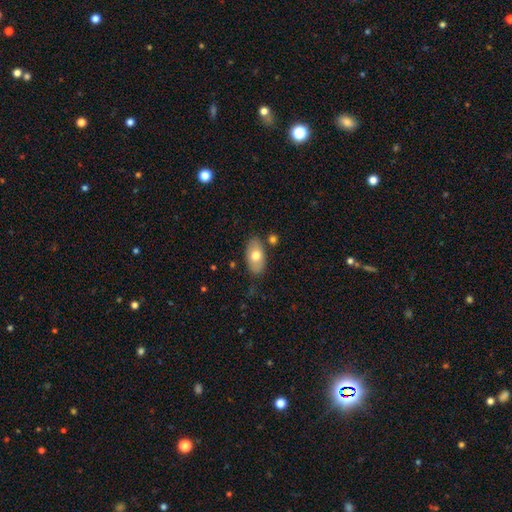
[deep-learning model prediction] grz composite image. It shows a smooth galaxy with no disk features (68%) that is in between round and cigar-shaped (93%). Merging: none (80%).